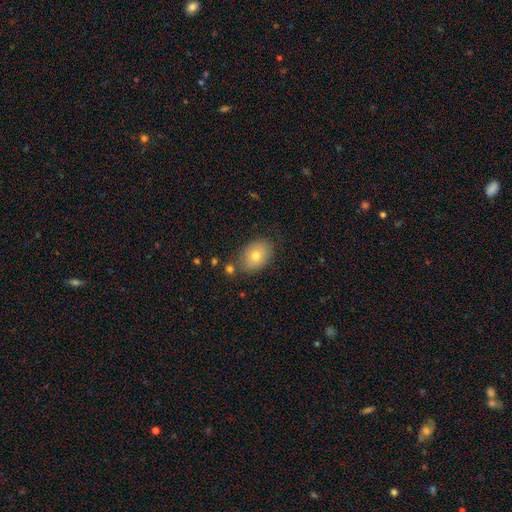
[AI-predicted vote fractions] The model was most divided on "how rounded": in between: 79%, round: 20%, cigar-shaped: 1%. More confident: merging — none (78%); smooth or featured — smooth (76%).